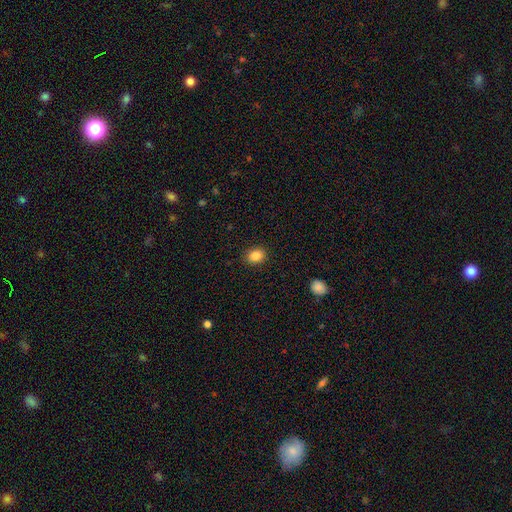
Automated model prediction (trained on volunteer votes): A smooth galaxy with no disk features (86%) that is round (55%). Merging: none (90%).